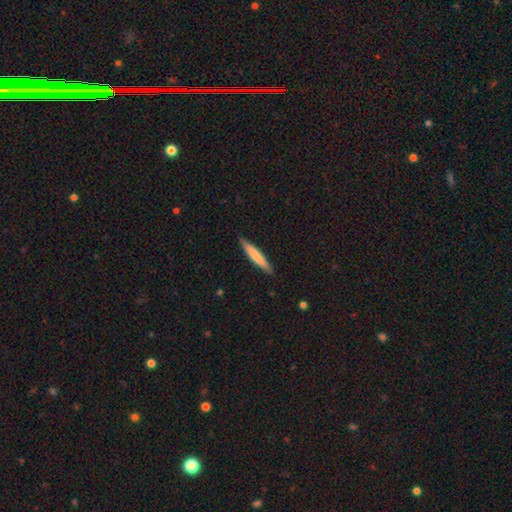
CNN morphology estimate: type=smooth (67%); roundness=cigar-shaped (93%); merging=none (89%).